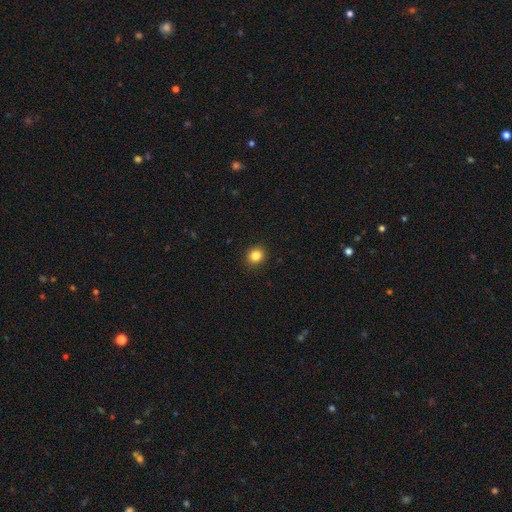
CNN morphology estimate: Q: Smooth or featured?
A: smooth (84%); runner-up: star or artifact (11%)
Q: How rounded?
A: round (80%); runner-up: in between (19%)
Q: Merging?
A: none (92%); runner-up: minor disturbance (6%)